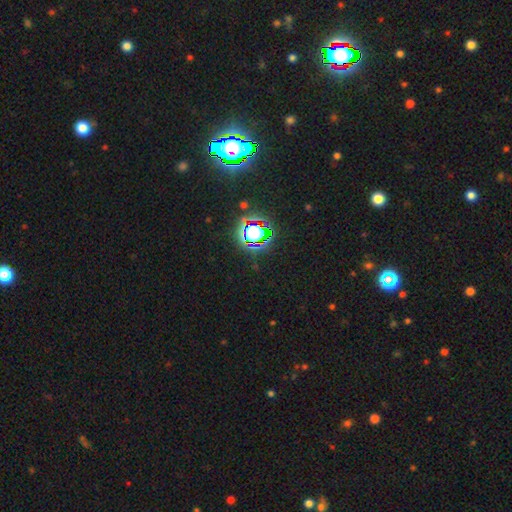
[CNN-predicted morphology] The model was most divided on "smooth or featured": star or artifact: 78%, smooth: 13%, featured or disk: 9%.